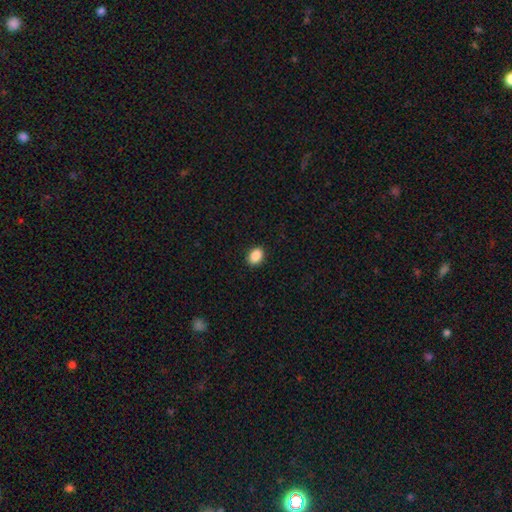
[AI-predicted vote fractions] smooth_or_featured: smooth (p=0.89) [alt: star or artifact p=0.08]
how_rounded: in between (p=0.75) [alt: round p=0.23]
merging: none (p=0.91) [alt: minor disturbance p=0.07]